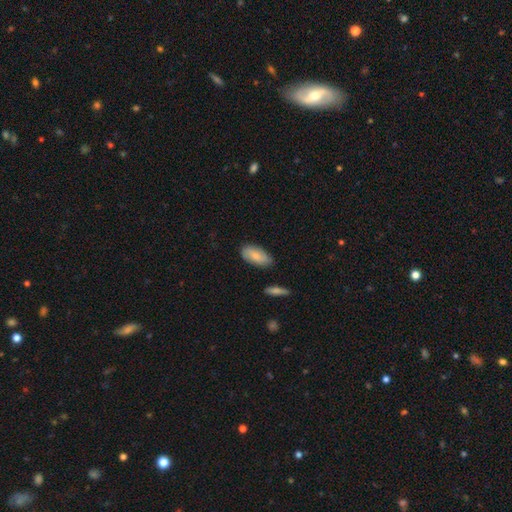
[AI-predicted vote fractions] Smooth or featured?
  - smooth: 75% *
  - featured or disk: 20%
  - star or artifact: 6%
How rounded?
  - in between: 93% *
  - cigar-shaped: 5%
  - round: 3%
Merging?
  - none: 79% *
  - minor disturbance: 16%
  - major disturbance: 3%
  - merger: 2%